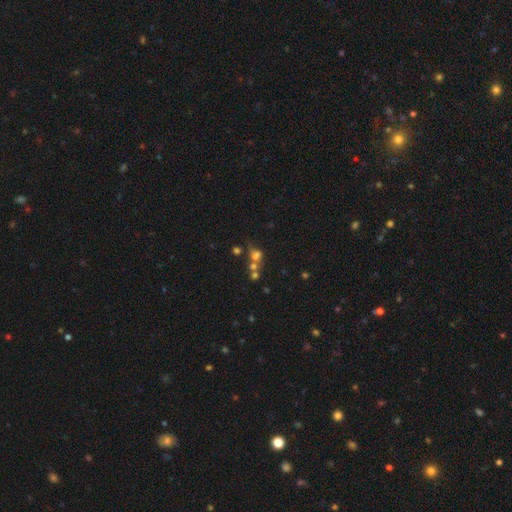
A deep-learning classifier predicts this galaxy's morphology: smooth-or-featured: smooth: 57% | star or artifact: 23% | featured or disk: 20%
  how-rounded: round: 69% | in between: 30% | cigar-shaped: 2%
  merging: merger: 45% | none: 34% | major disturbance: 10% | minor disturbance: 10%